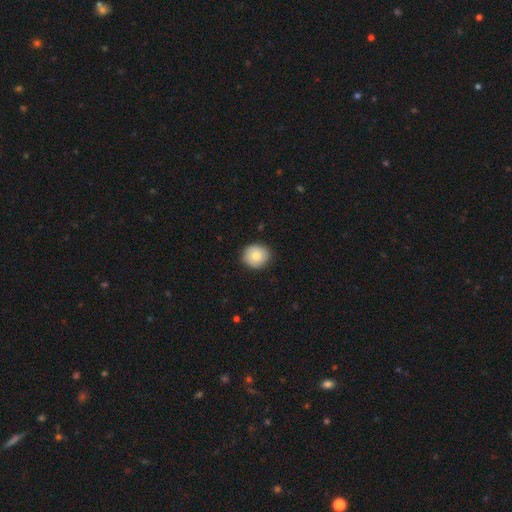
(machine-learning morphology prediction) Smooth or featured? smooth (79%)
How rounded? round (85%)
Merging? none (86%)